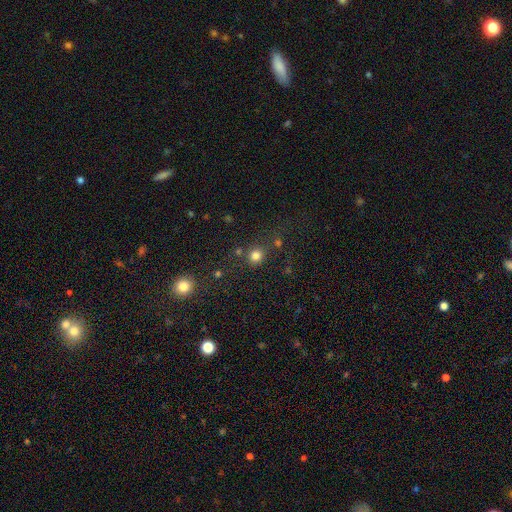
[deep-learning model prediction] A smooth galaxy with no disk features (80%) that is round (88%). Merging: none (77%).